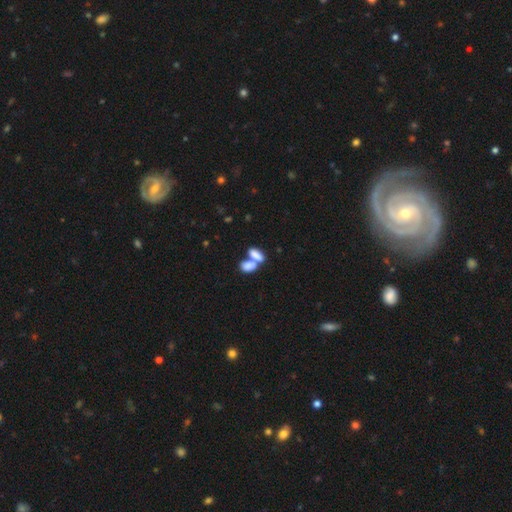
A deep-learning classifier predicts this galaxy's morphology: type=smooth (80%); roundness=in between (87%); merging=merger (63%).